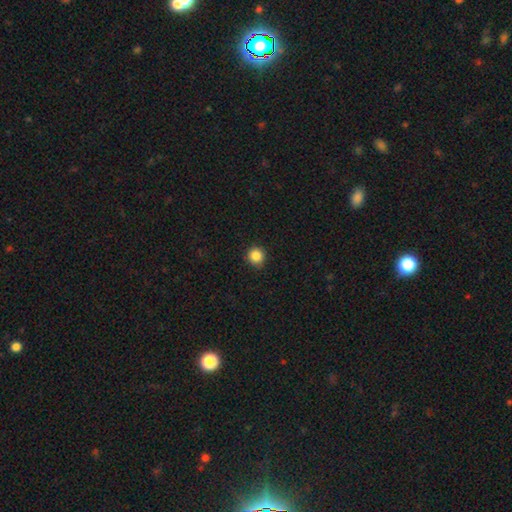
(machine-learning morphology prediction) This is clearly a smooth galaxy (86%). How rounded: clearly round (93%). Merging: clearly none (90%).